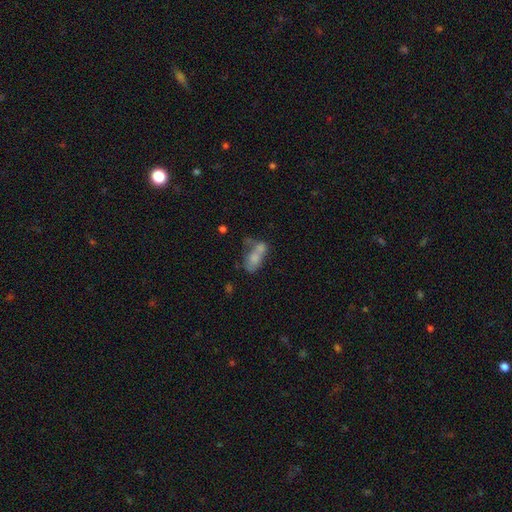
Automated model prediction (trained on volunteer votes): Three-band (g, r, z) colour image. It shows a smooth galaxy with no disk features (60%) that is in between round and cigar-shaped (82%). Merging: merger (53%).